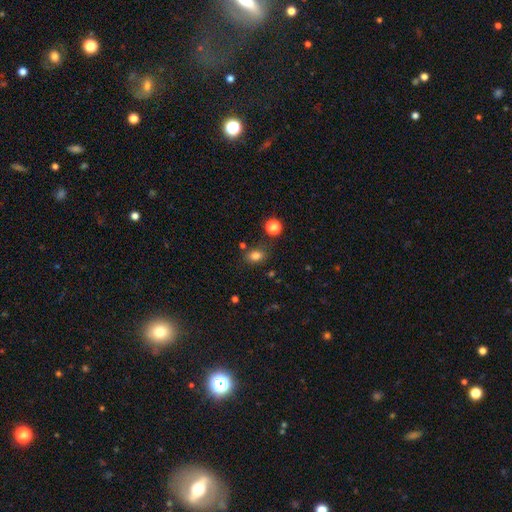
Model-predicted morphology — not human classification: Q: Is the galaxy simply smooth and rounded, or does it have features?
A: smooth — 80%.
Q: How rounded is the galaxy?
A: in between — 65%.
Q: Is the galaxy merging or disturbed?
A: none — 76%.